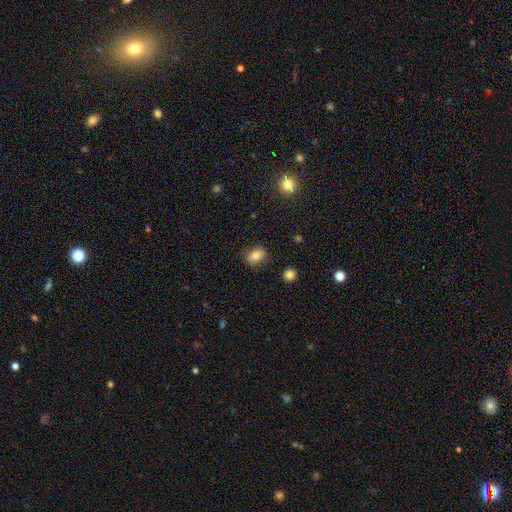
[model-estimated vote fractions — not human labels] Morphology: type=smooth (80%); roundness=in between (70%); merging=none (83%).